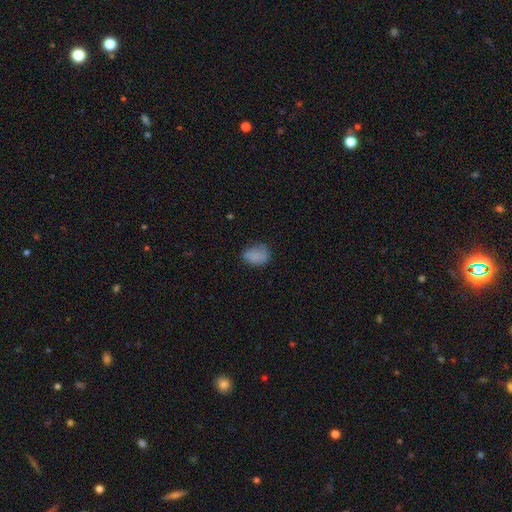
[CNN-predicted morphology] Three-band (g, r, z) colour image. It shows a smooth galaxy with no disk features (83%) that is in between round and cigar-shaped (75%). Merging: none (66%).